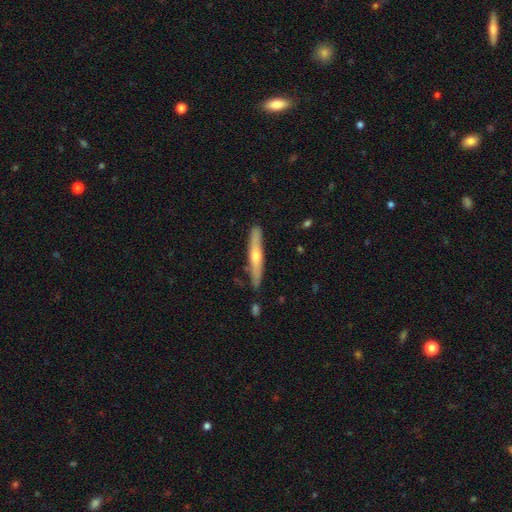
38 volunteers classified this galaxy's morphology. Smooth or featured: featured or disk — 63% (smooth — 26%)
Edge-on disk: yes — 100%
Edge-on bulge: rounded — 92% (none — 8%)
Merging: none — 85% (minor disturbance — 12%)